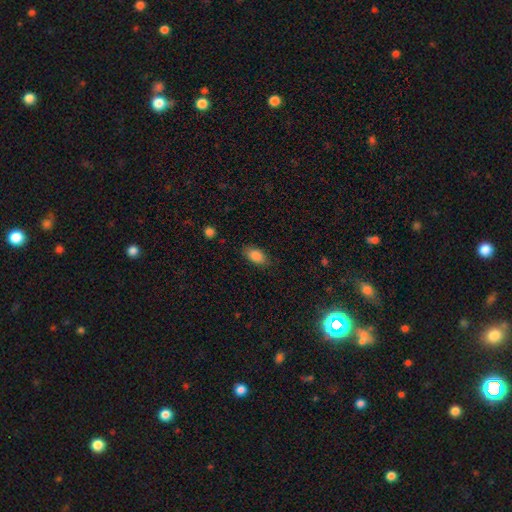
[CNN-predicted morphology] smooth 86%, star or artifact 8%, featured or disk 6%. Down the decision tree: how rounded — in between (90%); merging — none (84%).